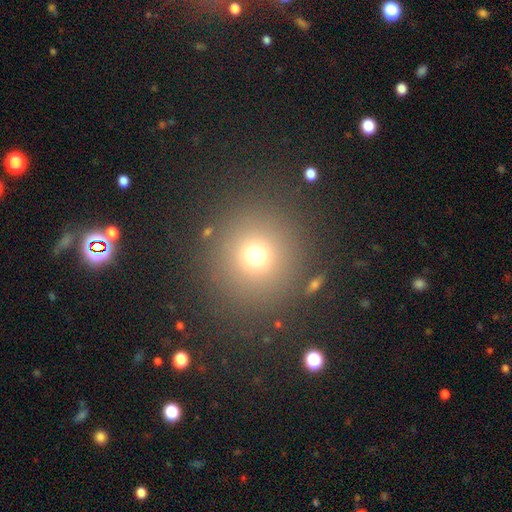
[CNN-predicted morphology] Smooth or featured? Predicted: smooth (p=0.70). How rounded? Predicted: round (p=0.94). Merging? Predicted: none (p=0.85).